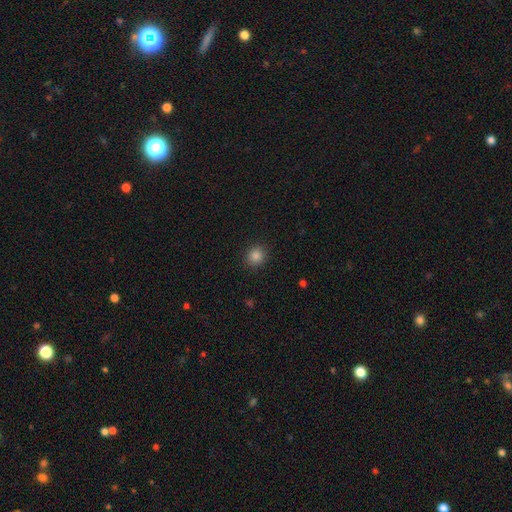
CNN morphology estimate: Smooth or featured? Predicted: smooth (p=0.86). How rounded? Predicted: round (p=0.80). Merging? Predicted: none (p=0.90).